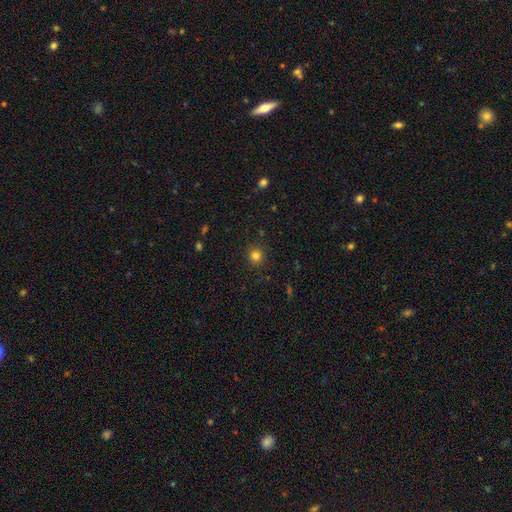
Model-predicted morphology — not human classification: This appears to be a smooth galaxy with no disk features (82%) that is round (91%). Merging: none (90%).